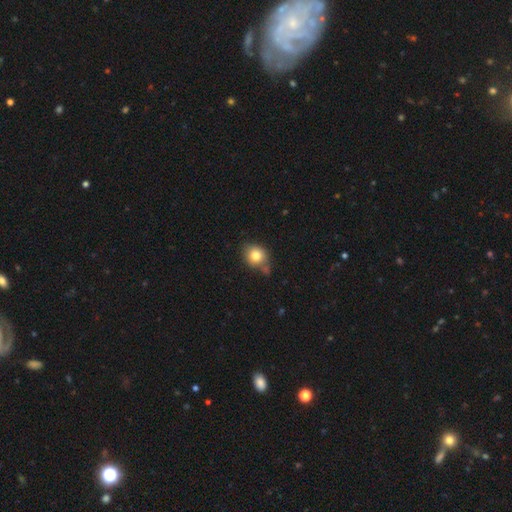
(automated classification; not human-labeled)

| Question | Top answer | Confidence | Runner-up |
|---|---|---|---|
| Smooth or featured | smooth | 79% | featured or disk (10%) |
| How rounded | round | 68% | in between (31%) |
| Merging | none | 58% | minor disturbance (23%) |